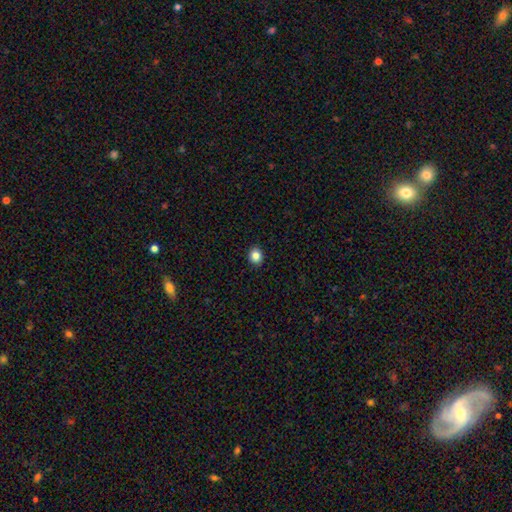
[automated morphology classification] The model was most divided on "how rounded": round: 71%, in between: 28%, cigar-shaped: 1%. More confident: merging — none (92%); smooth or featured — smooth (85%).